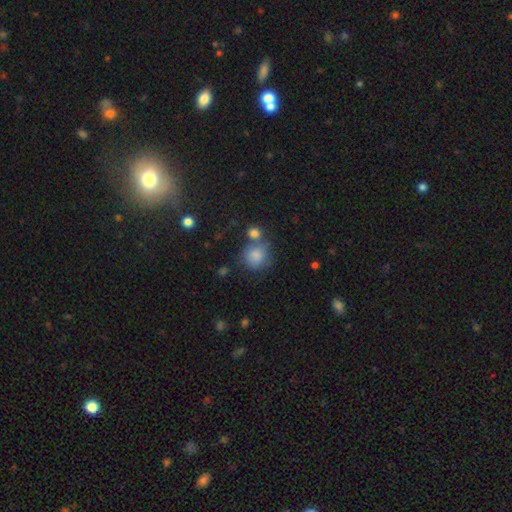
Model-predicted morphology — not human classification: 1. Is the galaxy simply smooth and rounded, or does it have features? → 81% smooth, 10% star or artifact, 9% featured or disk.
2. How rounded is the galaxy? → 83% round, 16% in between, 1% cigar-shaped.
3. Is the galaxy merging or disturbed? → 54% none, 22% merger, 17% minor disturbance, 8% major disturbance.